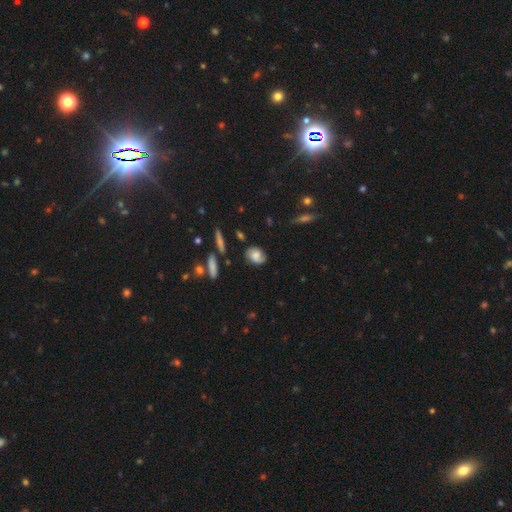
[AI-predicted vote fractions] Smooth or featured? smooth (56%)
How rounded? in between (59%)
Merging? none (69%)